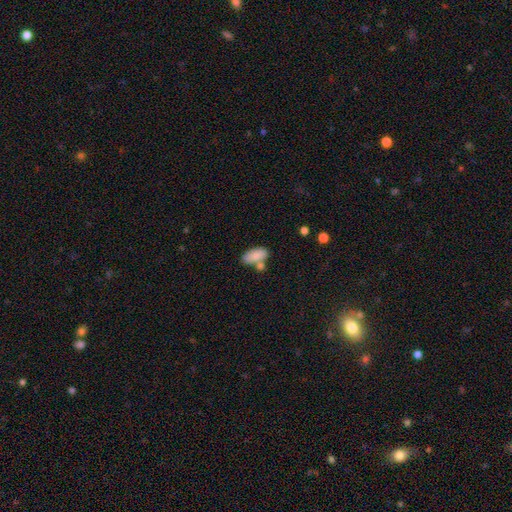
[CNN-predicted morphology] Q: Smooth or featured?
A: smooth (83%); runner-up: featured or disk (10%)
Q: How rounded?
A: in between (91%); runner-up: cigar-shaped (6%)
Q: Merging?
A: none (52%); runner-up: merger (27%)